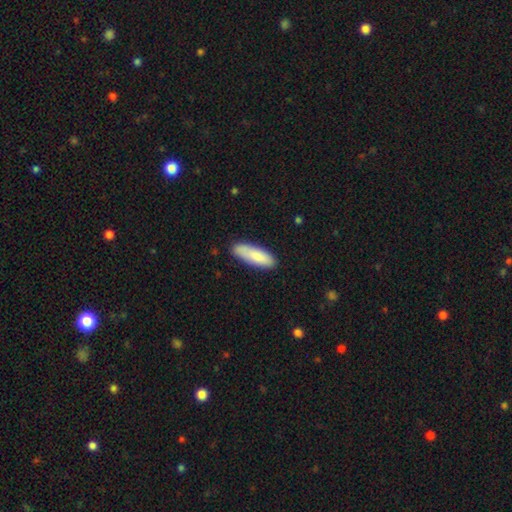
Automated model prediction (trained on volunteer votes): Overall: smooth (83%). How rounded: in between (51%; cigar-shaped 47%). Merging: none (82%).